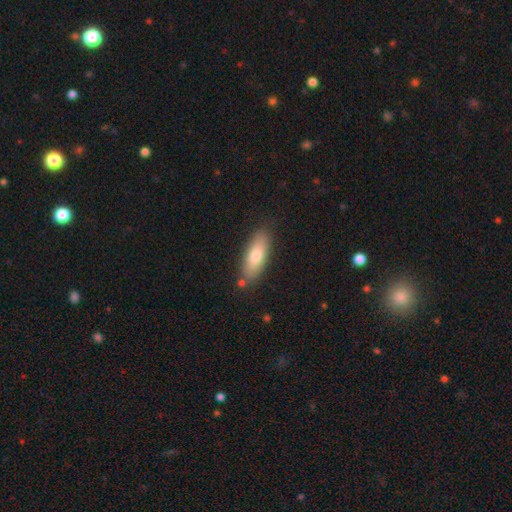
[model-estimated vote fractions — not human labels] Overall: smooth (77%). How rounded: in between (66%; cigar-shaped 31%). Merging: none (82%).